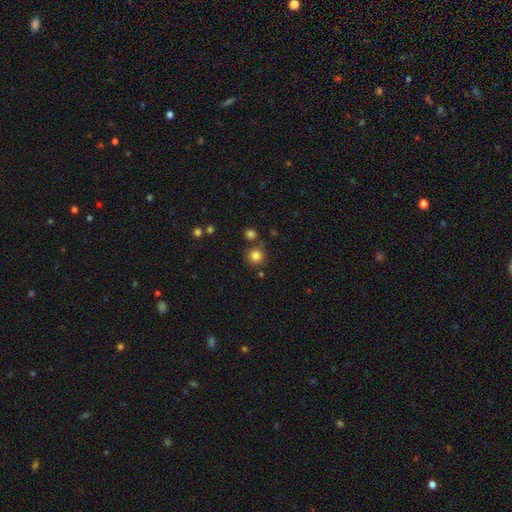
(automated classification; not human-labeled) Morphology: type=smooth (82%); roundness=round (92%); merging=none (75%).